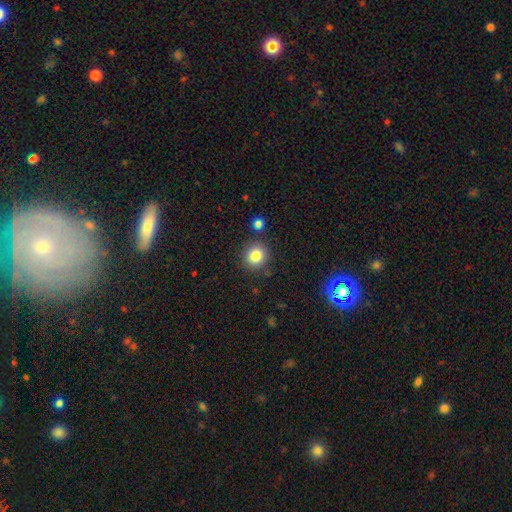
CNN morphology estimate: Smooth or featured: smooth — 83% (star or artifact — 11%)
How rounded: round — 87% (in between — 12%)
Merging: none — 85% (minor disturbance — 8%)